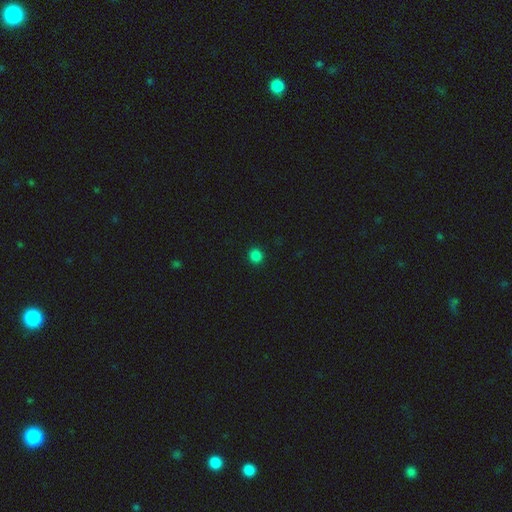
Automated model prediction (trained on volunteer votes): smooth-or-featured: smooth: 84% | star or artifact: 13% | featured or disk: 3%
  how-rounded: round: 90% | in between: 9% | cigar-shaped: 1%
  merging: none: 93% | minor disturbance: 5% | major disturbance: 2% | merger: 1%